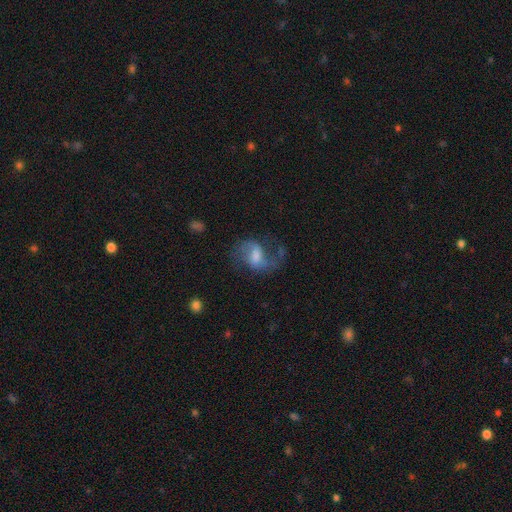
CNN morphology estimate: Overall: featured or disk (74%). Edge-on disk: no (97%). Bar: weak (55%; strong 25%). Spiral arms: yes (92%). Spiral arm count: 2 (86%). Spiral winding: loose (53%; medium 40%). Bulge size: moderate (44%; small 26%). Merging: none (57%; major disturbance 21%).